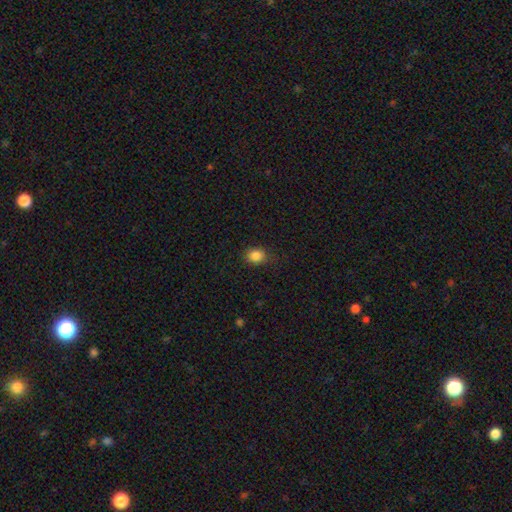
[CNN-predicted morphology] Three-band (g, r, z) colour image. It shows a smooth galaxy with no disk features (85%) that is round (57%). Merging: none (79%).